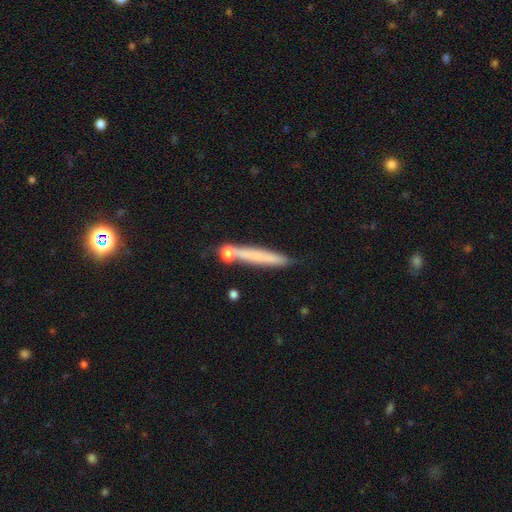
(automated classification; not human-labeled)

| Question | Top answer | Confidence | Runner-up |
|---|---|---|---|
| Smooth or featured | smooth | 61% | featured or disk (30%) |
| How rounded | cigar-shaped | 94% | in between (4%) |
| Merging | none | 72% | minor disturbance (14%) |